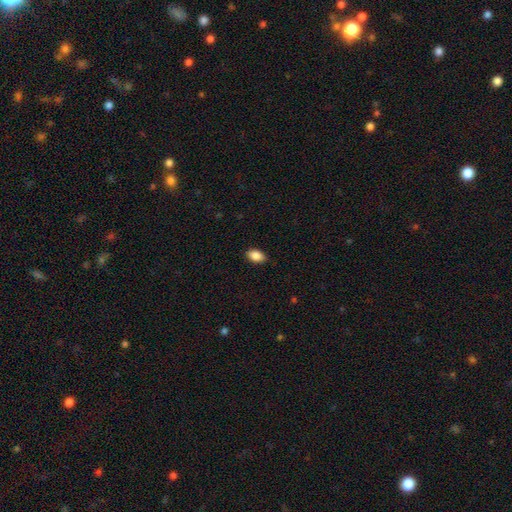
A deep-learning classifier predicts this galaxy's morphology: Smooth or featured: smooth — 88% (star or artifact — 8%)
How rounded: in between — 91% (round — 7%)
Merging: none — 88% (minor disturbance — 9%)